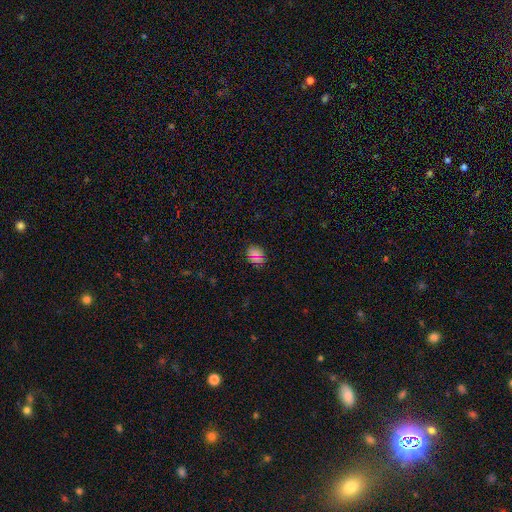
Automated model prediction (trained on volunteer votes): Q: Smooth or featured?
A: smooth (68%); runner-up: star or artifact (25%)
Q: How rounded?
A: round (62%); runner-up: in between (35%)
Q: Merging?
A: none (86%); runner-up: minor disturbance (9%)